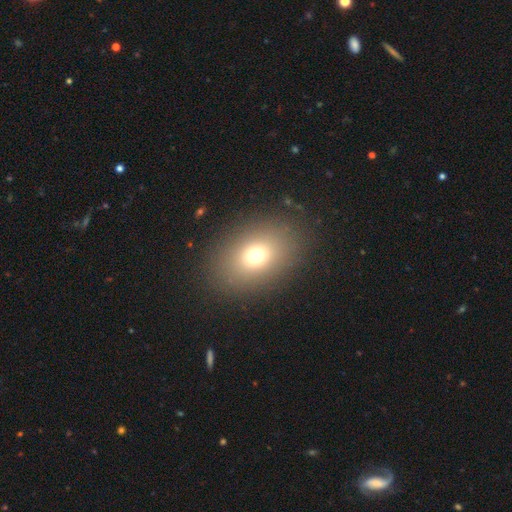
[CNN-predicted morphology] smooth 71%, star or artifact 16%, featured or disk 13%. Down the decision tree: how rounded — in between (67%); merging — none (86%).